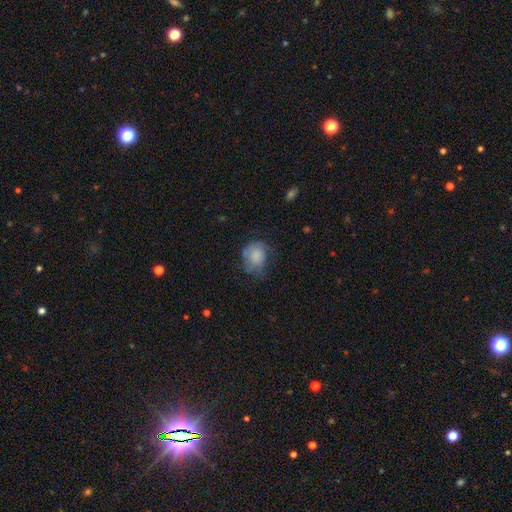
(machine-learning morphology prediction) Smooth or featured? Predicted: smooth (p=0.72). How rounded? Predicted: round (p=0.56). Merging? Predicted: none (p=0.44).